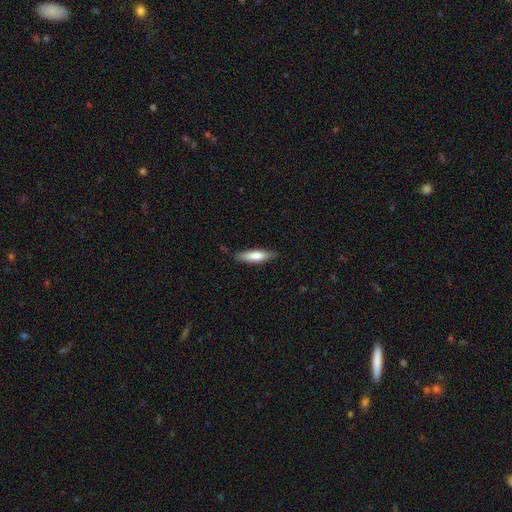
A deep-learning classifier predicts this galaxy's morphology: smooth-or-featured: smooth: 76% | featured or disk: 19% | star or artifact: 6%
  how-rounded: cigar-shaped: 62% | in between: 36% | round: 2%
  merging: none: 80% | minor disturbance: 15% | major disturbance: 3% | merger: 1%